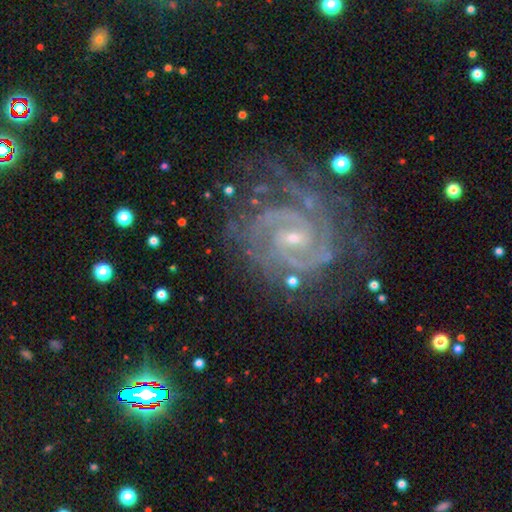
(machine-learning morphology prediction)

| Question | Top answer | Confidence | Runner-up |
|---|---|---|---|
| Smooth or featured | featured or disk | 90% | star or artifact (7%) |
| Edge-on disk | no | 98% | yes (2%) |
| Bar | weak | 49% | no (29%) |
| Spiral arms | yes | 98% | no (2%) |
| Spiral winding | tight | 72% | medium (24%) |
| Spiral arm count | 2 | 46% | can't tell (16%) |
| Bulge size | small | 76% | moderate (19%) |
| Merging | none | 68% | minor disturbance (19%) |